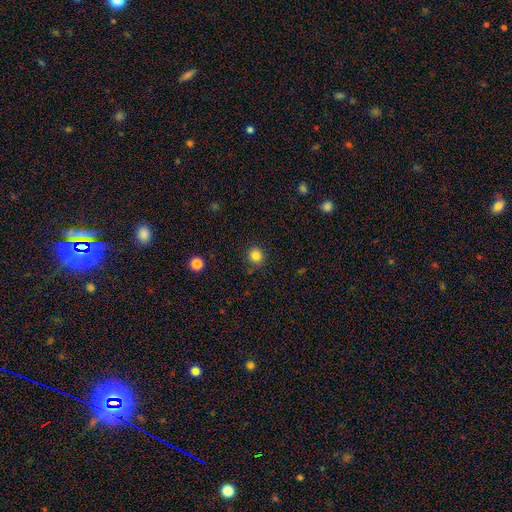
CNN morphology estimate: smooth_or_featured: smooth (p=0.83) [alt: star or artifact p=0.12]
how_rounded: round (p=0.91) [alt: in between p=0.09]
merging: none (p=0.89) [alt: minor disturbance p=0.07]